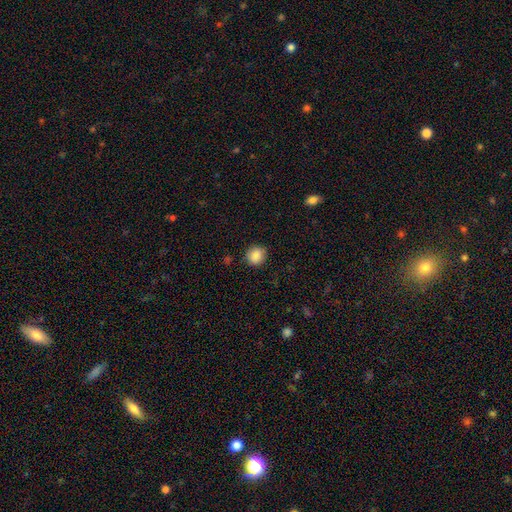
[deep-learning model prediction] Q: Smooth or featured?
A: smooth (87%); runner-up: star or artifact (9%)
Q: How rounded?
A: round (88%); runner-up: in between (11%)
Q: Merging?
A: none (86%); runner-up: minor disturbance (10%)